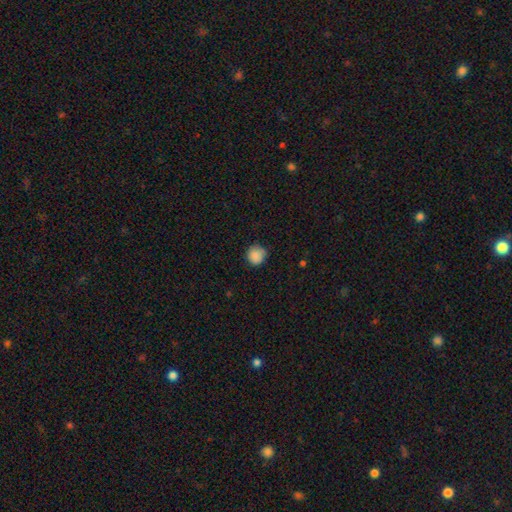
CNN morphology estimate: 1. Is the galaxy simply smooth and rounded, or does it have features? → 87% smooth, 9% star or artifact, 4% featured or disk.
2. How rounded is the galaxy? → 91% round, 8% in between, 1% cigar-shaped.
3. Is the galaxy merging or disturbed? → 79% none, 17% minor disturbance, 3% major disturbance, 1% merger.